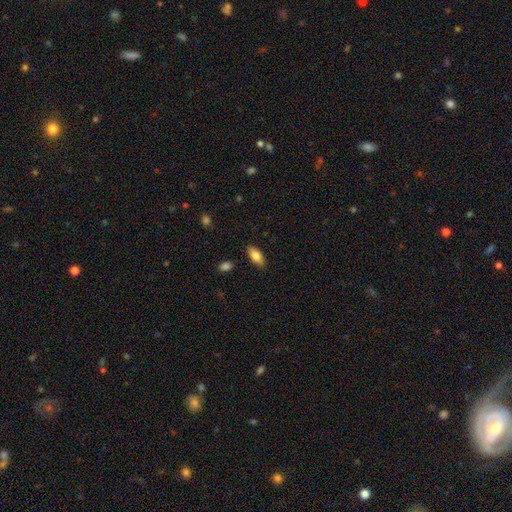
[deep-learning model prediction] This appears to be a smooth galaxy with no disk features (81%) that is in between round and cigar-shaped (90%). Merging: none (87%).